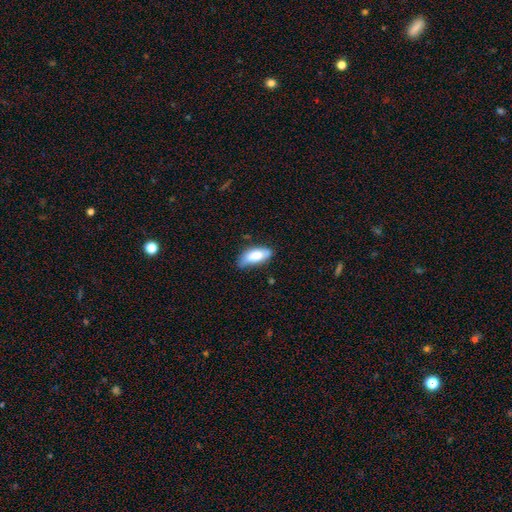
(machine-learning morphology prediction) This is likely a smooth galaxy (78%). How rounded: clearly in between (85%). Merging: likely none (61%).